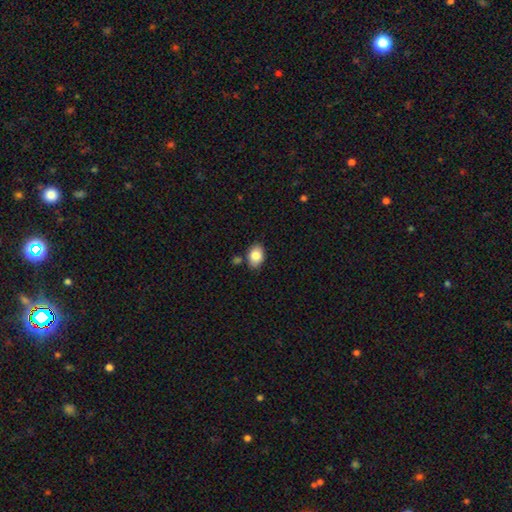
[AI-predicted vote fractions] This appears to be a smooth galaxy with no disk features (84%) that is in between round and cigar-shaped (83%). Merging: none (79%).